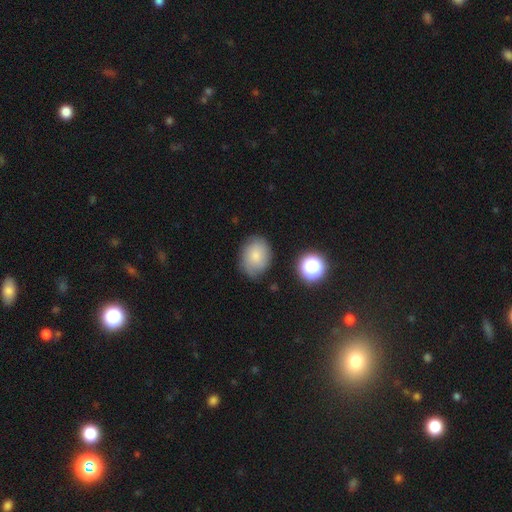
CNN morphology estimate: smooth 75%, featured or disk 15%, star or artifact 10%. Down the decision tree: how rounded — in between (58%); merging — none (73%).